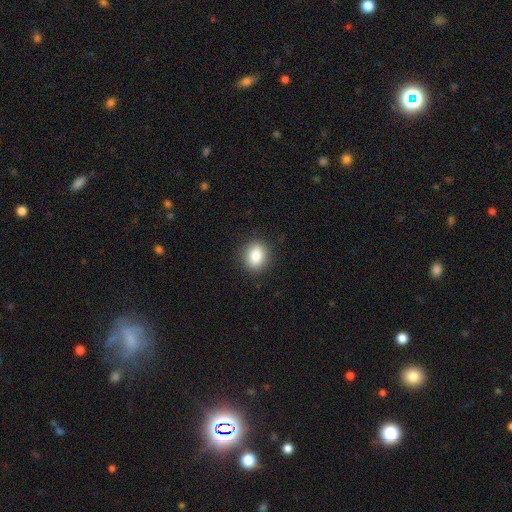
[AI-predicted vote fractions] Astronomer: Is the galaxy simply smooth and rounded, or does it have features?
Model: smooth — 85%.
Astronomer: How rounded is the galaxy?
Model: round — 52% (runner-up: in between, 47%).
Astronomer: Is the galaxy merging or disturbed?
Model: none — 88%.